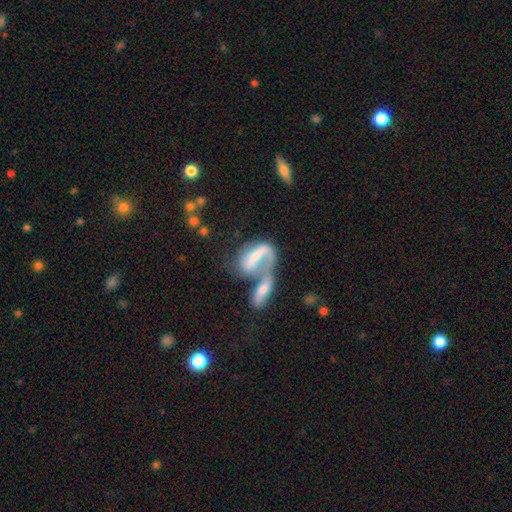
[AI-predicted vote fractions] Smooth or featured? Predicted: featured or disk (p=0.50). Edge-on disk? Predicted: no (p=0.90). Merging? Predicted: merger (p=0.72).